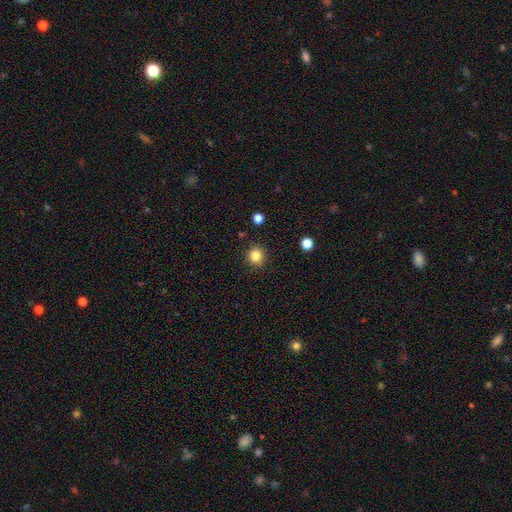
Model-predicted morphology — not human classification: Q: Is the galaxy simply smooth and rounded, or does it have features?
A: smooth — 83%.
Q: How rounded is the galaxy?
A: round — 92%.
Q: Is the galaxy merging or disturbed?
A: none — 90%.